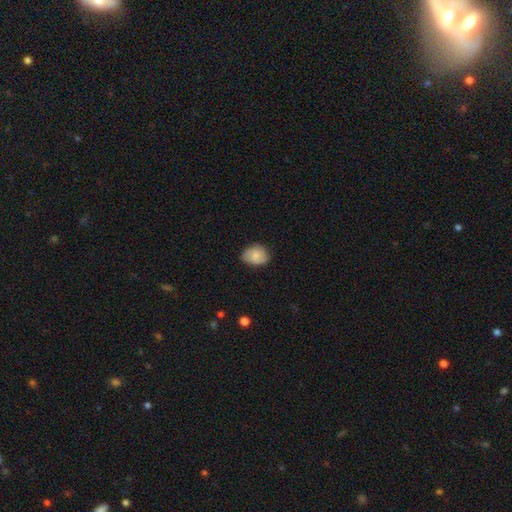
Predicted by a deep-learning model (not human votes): This is likely a smooth galaxy (78%). How rounded: possibly in between (58%). Merging: likely none (72%).